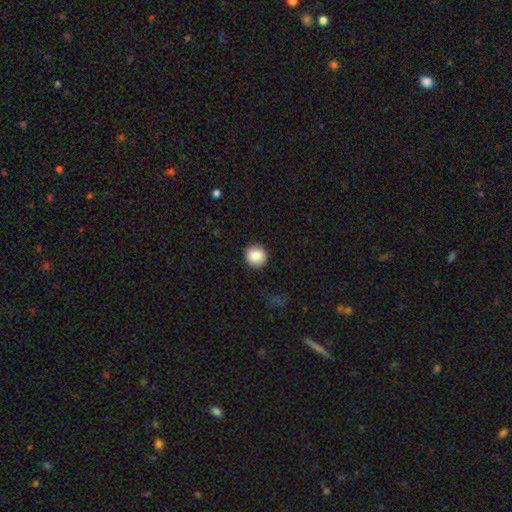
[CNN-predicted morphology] Smooth or featured?
  - smooth: 88% *
  - star or artifact: 8%
  - featured or disk: 5%
How rounded?
  - round: 92% *
  - in between: 7%
  - cigar-shaped: 1%
Merging?
  - none: 90% *
  - minor disturbance: 7%
  - major disturbance: 2%
  - merger: 1%